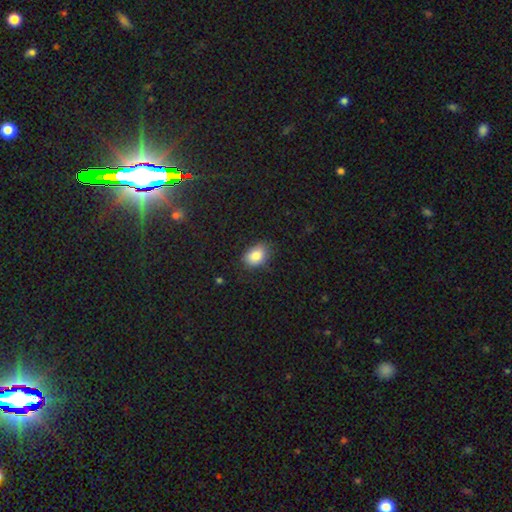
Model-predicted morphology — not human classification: This is clearly a smooth galaxy (86%). How rounded: clearly in between (82%). Merging: likely none (76%).